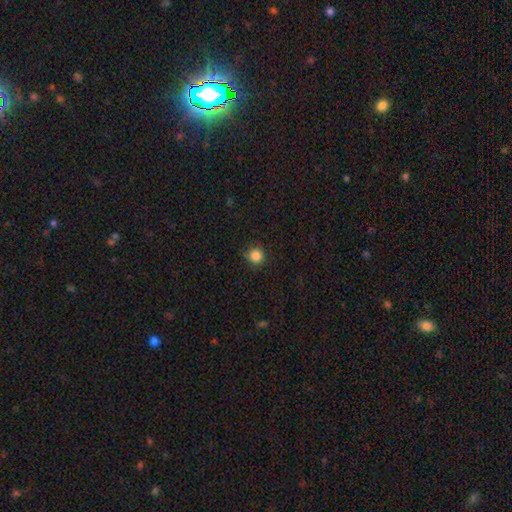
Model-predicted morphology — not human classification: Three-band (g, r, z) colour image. It shows a smooth galaxy with no disk features (85%) that is round (94%). Merging: none (85%).